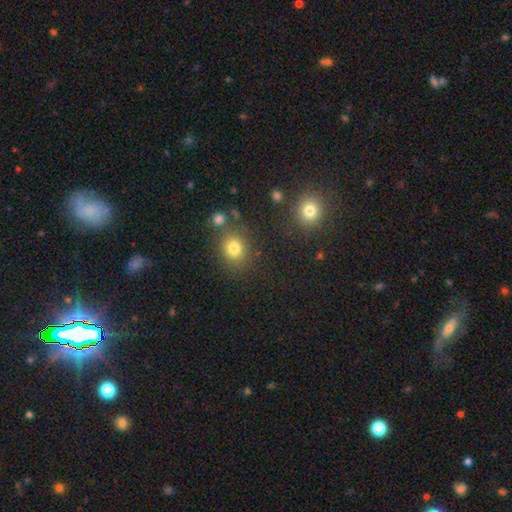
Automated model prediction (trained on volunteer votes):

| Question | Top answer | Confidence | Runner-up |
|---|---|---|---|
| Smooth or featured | smooth | 56% | star or artifact (36%) |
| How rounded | round | 76% | in between (22%) |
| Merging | none | 83% | minor disturbance (8%) |